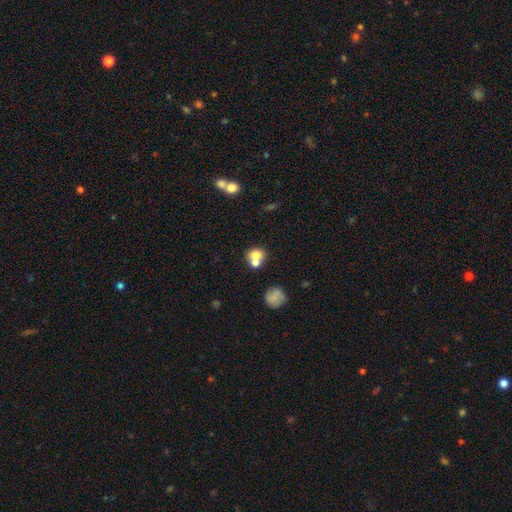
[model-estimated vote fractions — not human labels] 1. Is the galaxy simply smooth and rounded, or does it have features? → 70% smooth, 19% featured or disk, 11% star or artifact.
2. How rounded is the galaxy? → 74% round, 25% in between, 1% cigar-shaped.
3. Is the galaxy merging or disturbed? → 49% merger, 39% none, 8% minor disturbance, 4% major disturbance.